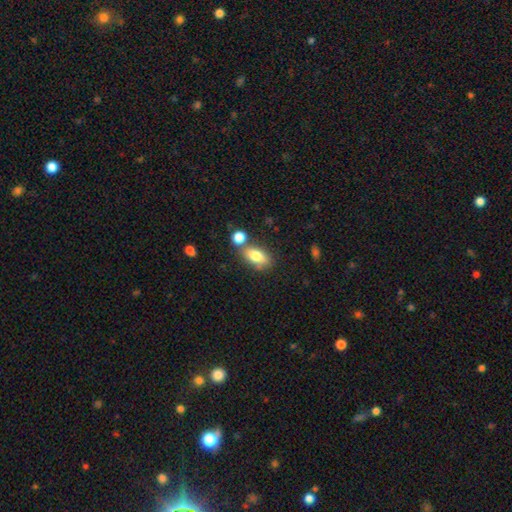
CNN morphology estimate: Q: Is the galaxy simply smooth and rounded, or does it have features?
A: smooth — 78%.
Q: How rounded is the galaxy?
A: in between — 84%.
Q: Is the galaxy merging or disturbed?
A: none — 59%.